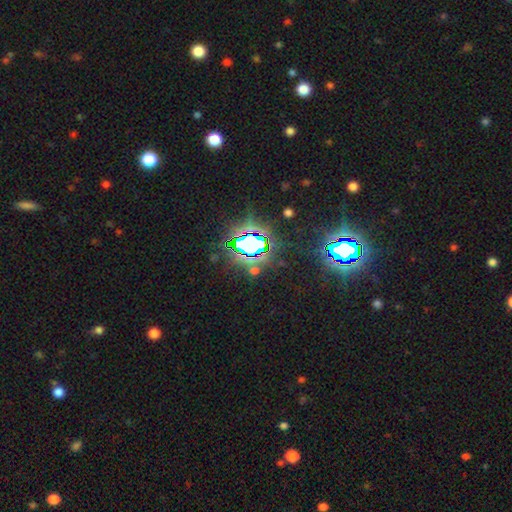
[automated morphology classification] Overall: star or artifact (76%).